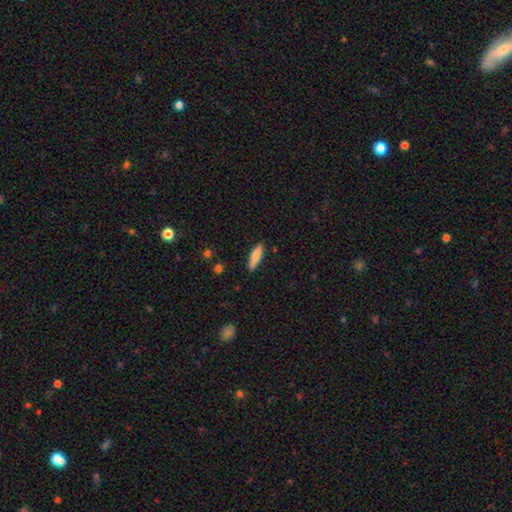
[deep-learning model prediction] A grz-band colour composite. It shows a smooth galaxy with no disk features (79%) that is cigar-shaped (65%). Merging: none (85%).